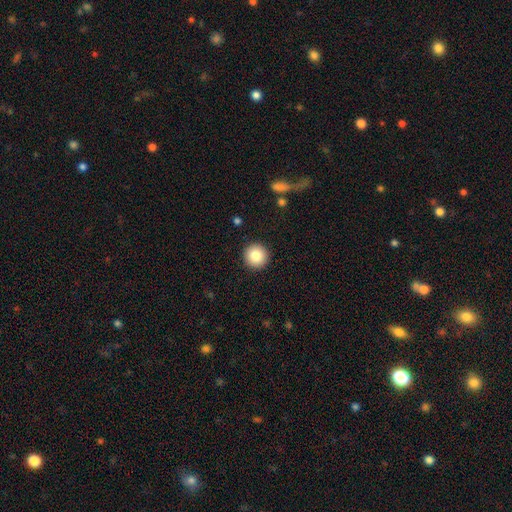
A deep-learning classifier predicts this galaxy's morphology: smooth-or-featured: smooth: 85% | star or artifact: 9% | featured or disk: 6%
  how-rounded: round: 96% | in between: 3% | cigar-shaped: 1%
  merging: none: 92% | minor disturbance: 5% | major disturbance: 2% | merger: 1%